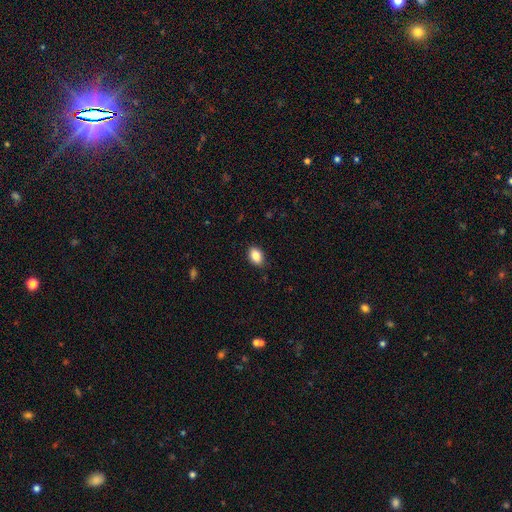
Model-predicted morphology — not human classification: This is clearly a smooth galaxy (87%). How rounded: clearly in between (81%). Merging: clearly none (85%).